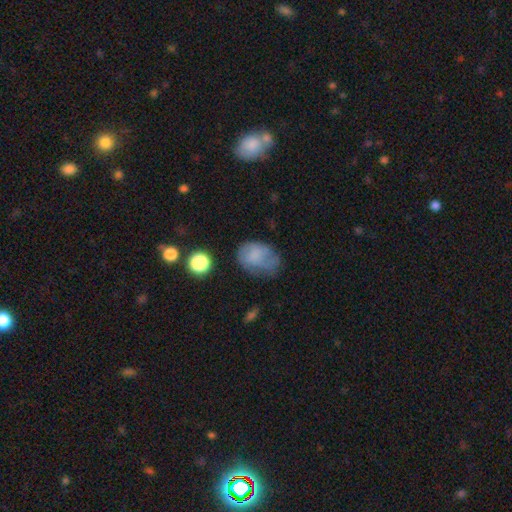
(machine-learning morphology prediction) Smooth or featured? Predicted: smooth (p=0.65). How rounded? Predicted: in between (p=0.69). Merging? Predicted: none (p=0.41).